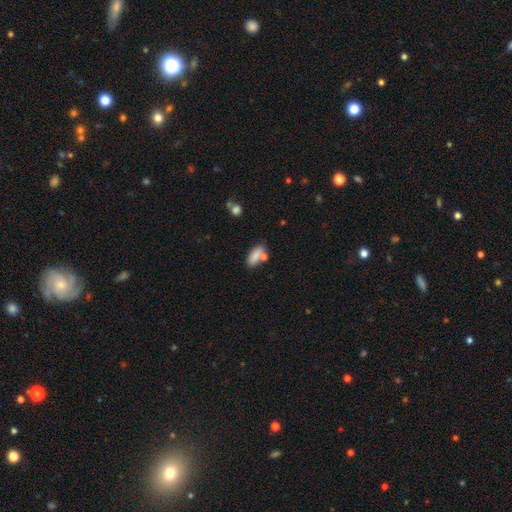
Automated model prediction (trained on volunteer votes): smooth-or-featured: smooth: 82% | featured or disk: 10% | star or artifact: 8%
  how-rounded: in between: 81% | cigar-shaped: 15% | round: 3%
  merging: none: 59% | merger: 20% | minor disturbance: 16% | major disturbance: 5%